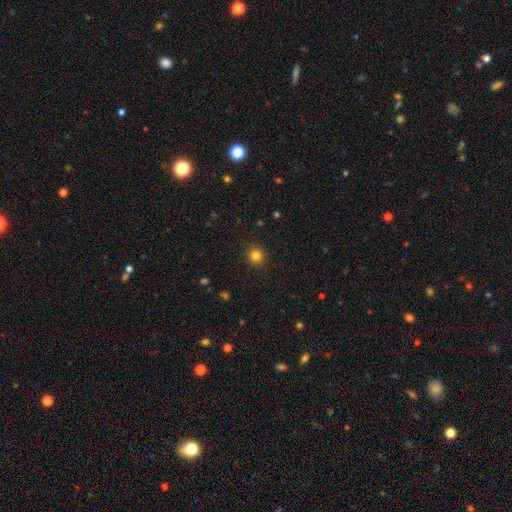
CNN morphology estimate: Smooth or featured?
  - smooth: 82% *
  - star or artifact: 13%
  - featured or disk: 5%
How rounded?
  - round: 88% *
  - in between: 11%
  - cigar-shaped: 1%
Merging?
  - none: 91% *
  - minor disturbance: 6%
  - major disturbance: 2%
  - merger: 1%